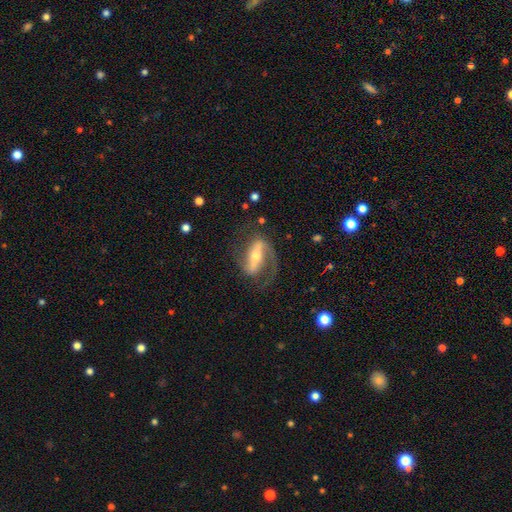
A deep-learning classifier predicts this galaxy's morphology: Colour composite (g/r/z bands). It shows a featured or disk galaxy (85%) with a strong bar (63%), 2 (78%) medium (47%) spiral arms (93%) and a small central bulge (48%). Merging: none (68%).